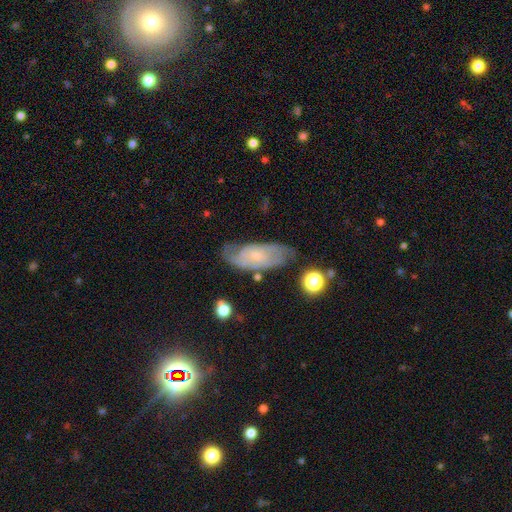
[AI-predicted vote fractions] Smooth or featured? featured or disk (62%)
Edge-on disk? no (89%)
Bar? no (71%)
Spiral arms? yes (85%)
Bulge size? small (70%)
Merging? none (67%)